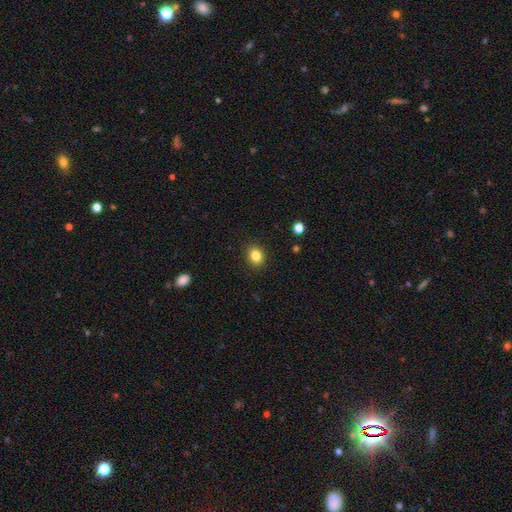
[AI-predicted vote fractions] A smooth galaxy with no disk features (83%) that is round (62%). Merging: none (90%).